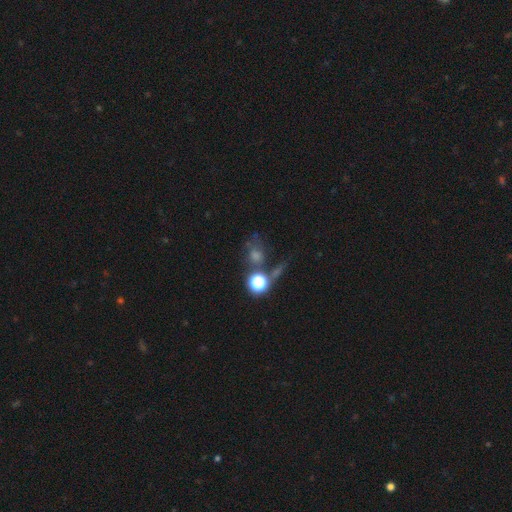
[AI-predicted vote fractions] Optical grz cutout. It shows a smooth galaxy with no disk features (43%). Merging: none (48%).